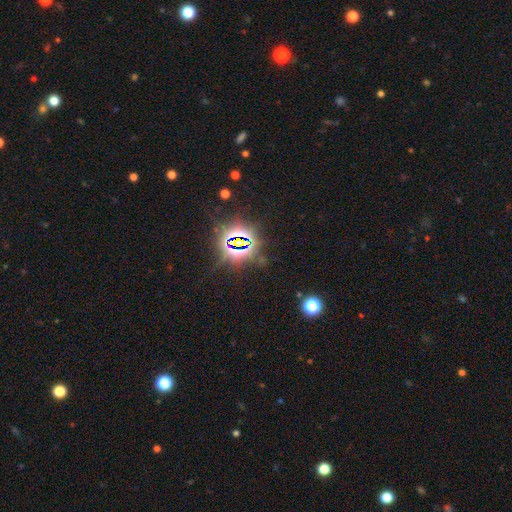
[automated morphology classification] Q: Smooth or featured?
A: star or artifact (84%); runner-up: smooth (9%)